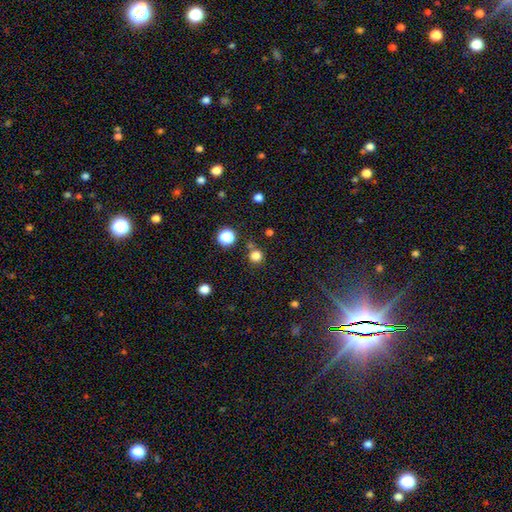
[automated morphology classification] Smooth or featured: smooth — 79% (star or artifact — 17%)
How rounded: round — 93% (in between — 6%)
Merging: none — 77% (merger — 11%)